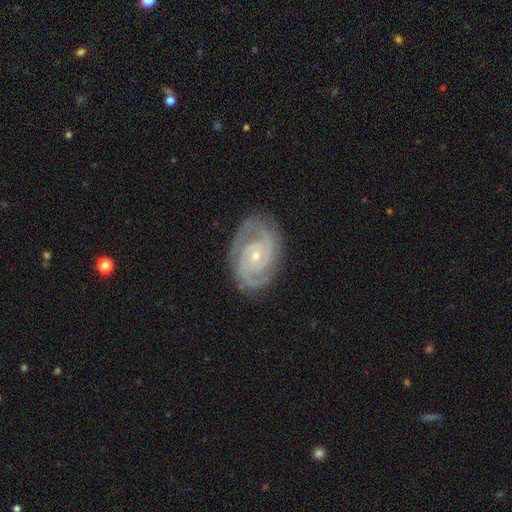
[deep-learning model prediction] The model was most divided on "spiral winding": tight: 62%, medium: 33%, loose: 4%. More confident: spiral arms — yes (98%); edge-on disk — no (97%); smooth or featured — featured or disk (91%); merging — none (81%); spiral arm count — 2 (73%); bulge size — small (72%); bar — no (64%).